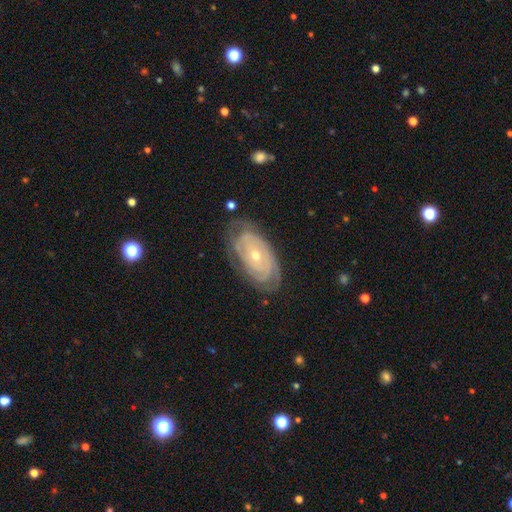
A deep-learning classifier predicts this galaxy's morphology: Smooth or featured?
  - featured or disk: 83% *
  - smooth: 11%
  - star or artifact: 5%
Edge-on disk?
  - no: 95% *
  - yes: 5%
Bar?
  - no: 77% *
  - weak: 17%
  - strong: 6%
Spiral arms?
  - yes: 91% *
  - no: 9%
Spiral winding?
  - tight: 81% *
  - medium: 15%
  - loose: 4%
Spiral arm count?
  - can't tell: 44% *
  - 2: 25%
  - 3: 13%
  - 4: 8%
  - 1: 5%
  - more than 4: 5%
Bulge size?
  - small: 63% *
  - moderate: 34%
  - large: 1%
  - none: 1%
  - dominant: 1%
Merging?
  - none: 73% *
  - minor disturbance: 19%
  - major disturbance: 7%
  - merger: 1%